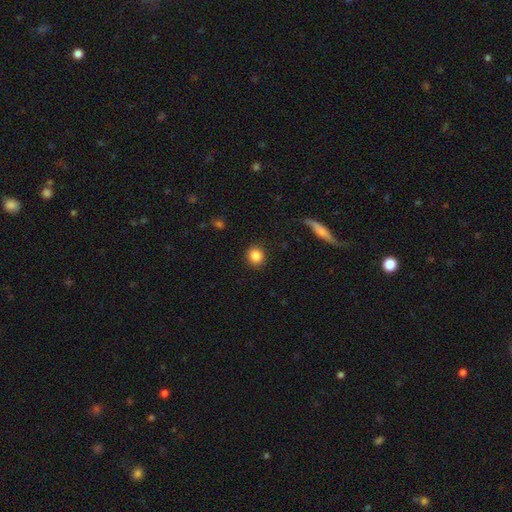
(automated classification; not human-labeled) Morphology: type=smooth (85%); roundness=round (89%); merging=none (91%).